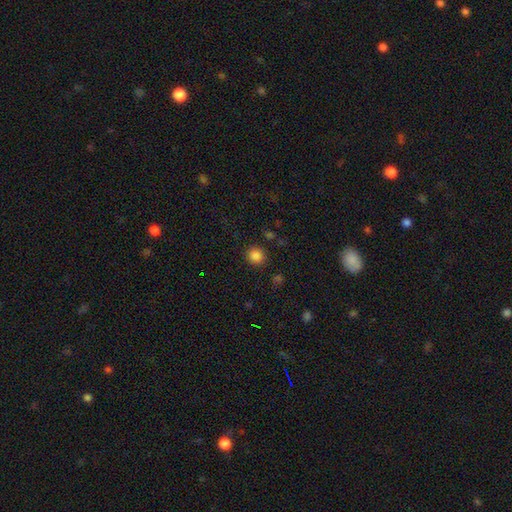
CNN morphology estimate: smooth-or-featured: smooth: 85% | star or artifact: 12% | featured or disk: 3%
  how-rounded: round: 92% | in between: 8% | cigar-shaped: 1%
  merging: none: 89% | minor disturbance: 7% | major disturbance: 3% | merger: 2%